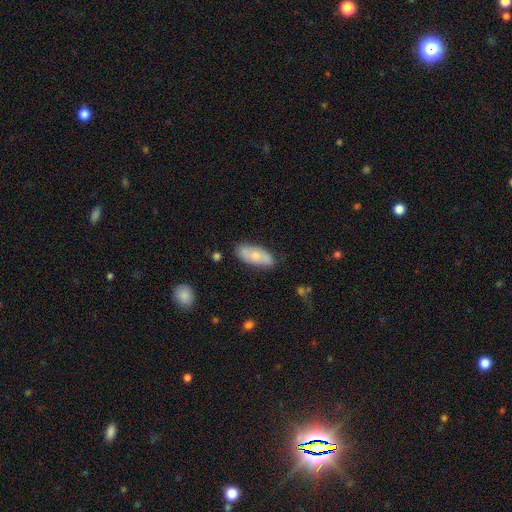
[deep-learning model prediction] smooth_or_featured: smooth (p=0.59) [alt: featured or disk p=0.35]
how_rounded: in between (p=0.82) [alt: cigar-shaped p=0.15]
merging: none (p=0.79) [alt: minor disturbance p=0.16]